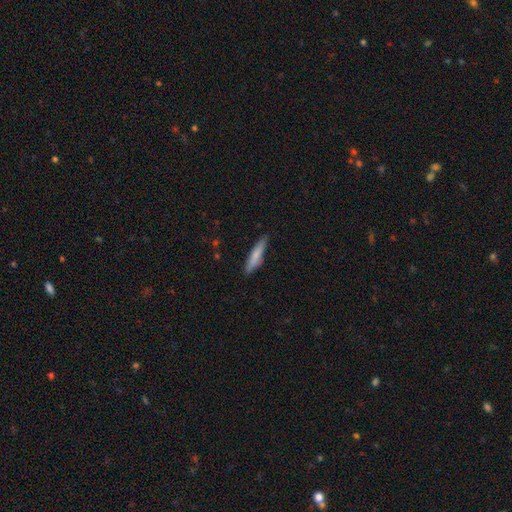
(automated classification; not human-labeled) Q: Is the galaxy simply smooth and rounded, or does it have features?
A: smooth — 76%.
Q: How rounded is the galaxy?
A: cigar-shaped — 85%.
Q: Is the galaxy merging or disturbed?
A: none — 84%.